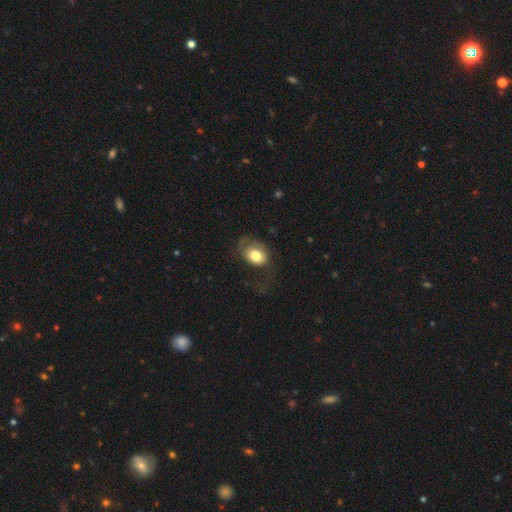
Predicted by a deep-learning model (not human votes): This is likely a smooth galaxy (69%). How rounded: possibly in between (58%). Merging: marginally major disturbance (40%).